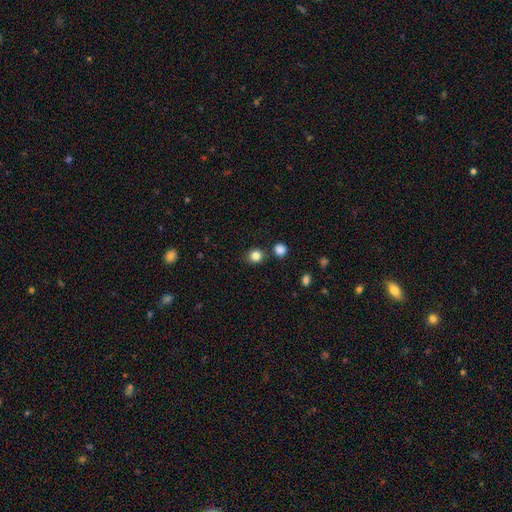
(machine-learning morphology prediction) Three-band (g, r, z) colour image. It shows a smooth galaxy with no disk features (83%) that is round (80%). Merging: none (80%).